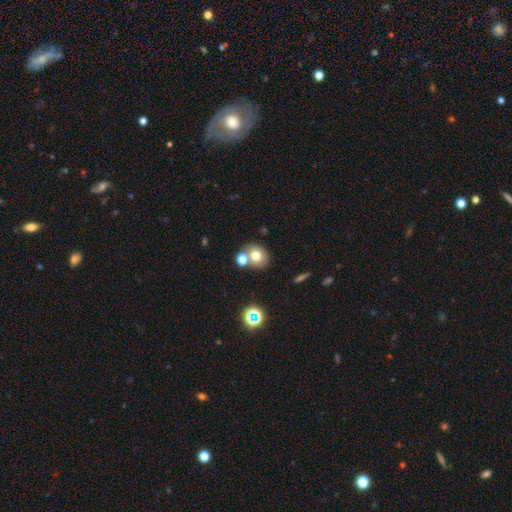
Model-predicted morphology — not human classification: Smooth or featured? Predicted: smooth (p=0.72). How rounded? Predicted: round (p=0.70). Merging? Predicted: none (p=0.59).